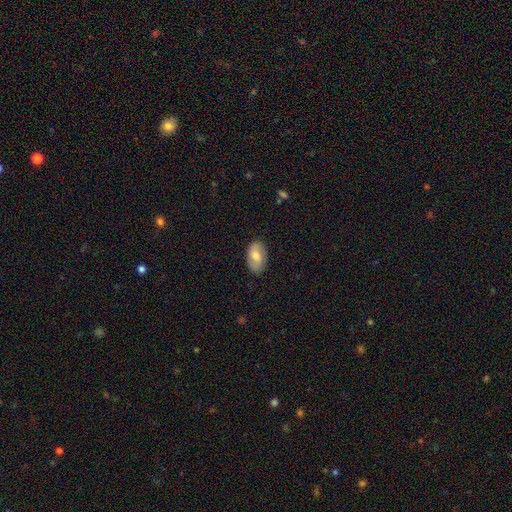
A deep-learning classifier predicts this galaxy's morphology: This is likely a smooth galaxy (68%). How rounded: clearly in between (93%). Merging: clearly none (82%).